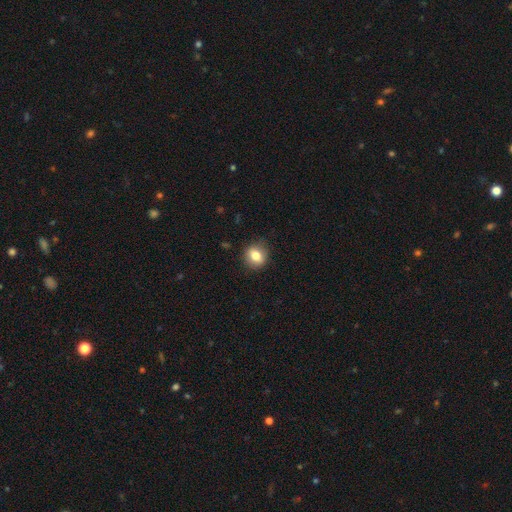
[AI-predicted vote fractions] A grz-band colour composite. It shows a smooth galaxy with no disk features (78%) that is round (67%). Merging: none (84%).